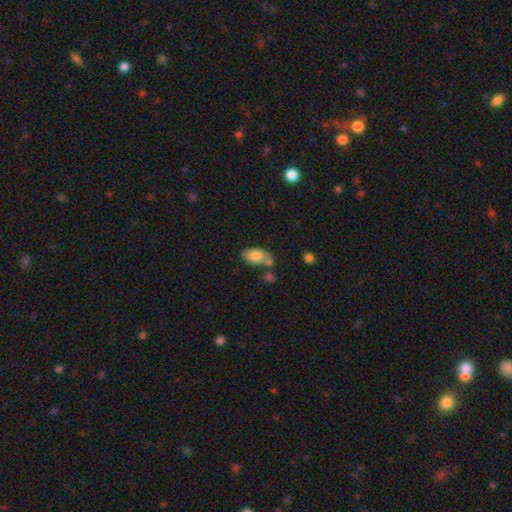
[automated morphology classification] This is likely a smooth galaxy (77%). How rounded: clearly in between (92%). Merging: possibly none (54%).